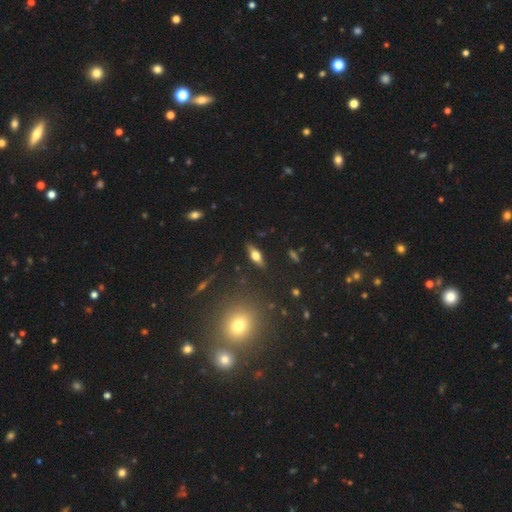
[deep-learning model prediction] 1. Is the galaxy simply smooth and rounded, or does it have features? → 47% smooth, 43% featured or disk, 9% star or artifact.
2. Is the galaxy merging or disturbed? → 87% none, 9% minor disturbance, 2% major disturbance, 2% merger.